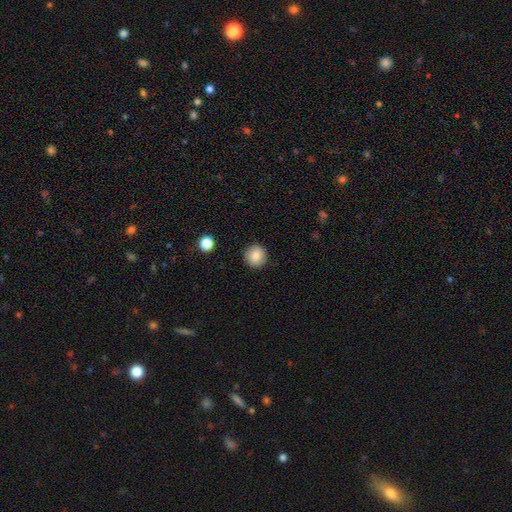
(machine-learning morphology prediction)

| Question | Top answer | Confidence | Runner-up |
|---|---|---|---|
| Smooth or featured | smooth | 85% | star or artifact (9%) |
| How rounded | round | 94% | in between (5%) |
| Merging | none | 91% | minor disturbance (6%) |